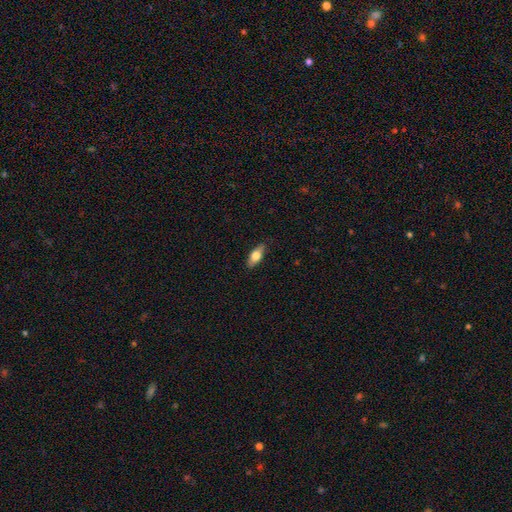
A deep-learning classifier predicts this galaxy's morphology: A smooth galaxy with no disk features (69%) that is in between round and cigar-shaped (78%). Merging: none (86%).